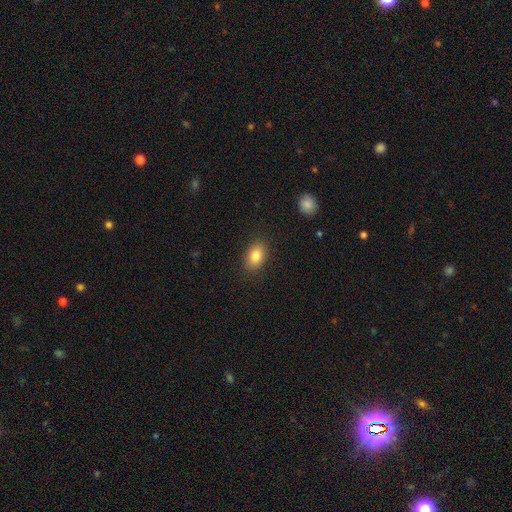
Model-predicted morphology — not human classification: The model was most divided on "smooth or featured": smooth: 84%, star or artifact: 8%, featured or disk: 8%. More confident: merging — none (88%); how rounded — in between (88%).